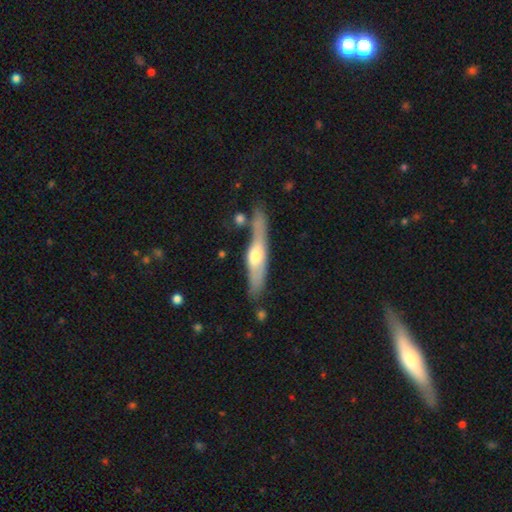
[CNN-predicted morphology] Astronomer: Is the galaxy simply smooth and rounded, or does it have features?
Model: featured or disk — 56% (runner-up: smooth, 39%).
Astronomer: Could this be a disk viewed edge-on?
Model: yes — 83%.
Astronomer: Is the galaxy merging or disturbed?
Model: none — 67%.